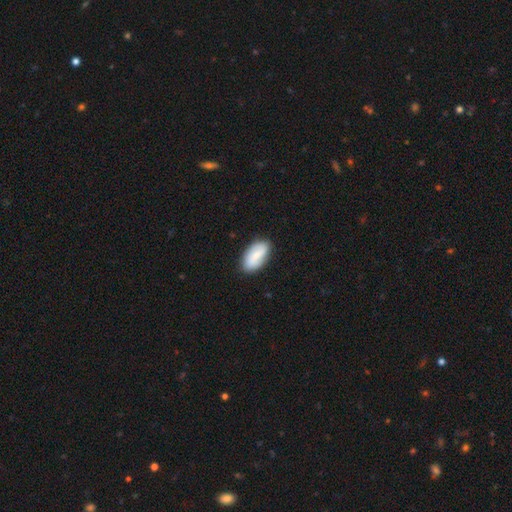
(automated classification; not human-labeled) Q: Smooth or featured?
A: smooth (72%); runner-up: featured or disk (22%)
Q: How rounded?
A: in between (94%); runner-up: cigar-shaped (4%)
Q: Merging?
A: none (85%); runner-up: minor disturbance (12%)